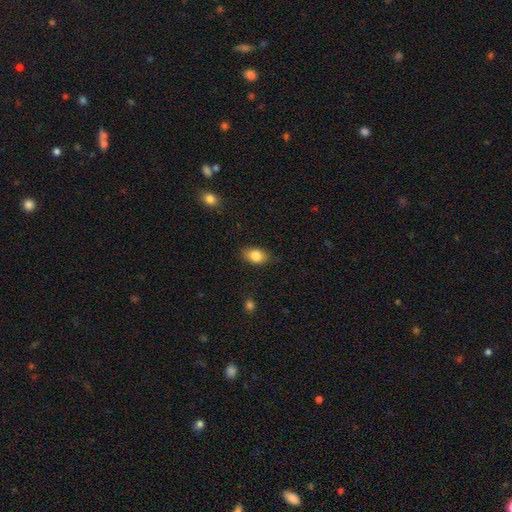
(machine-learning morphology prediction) A smooth galaxy with no disk features (82%) that is in between round and cigar-shaped (85%).

Vote fractions:
- Smooth or featured? smooth: 82% / featured or disk: 10% / star or artifact: 8%
- How rounded? in between: 85% / round: 12% / cigar-shaped: 2%
- Merging? none: 81% / minor disturbance: 15% / major disturbance: 3% / merger: 1%